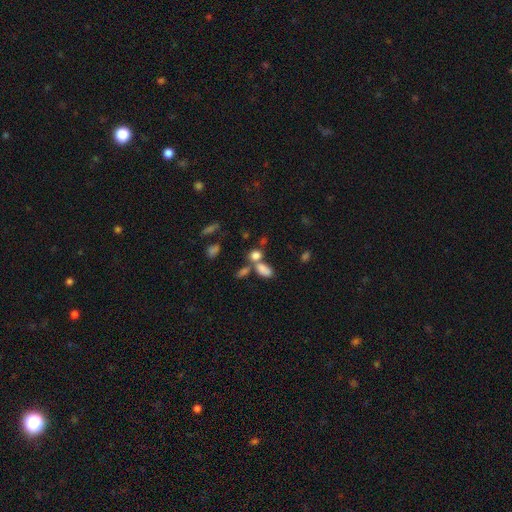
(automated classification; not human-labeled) This is likely a smooth galaxy (78%). How rounded: likely in between (65%). Merging: marginally merger (44%).